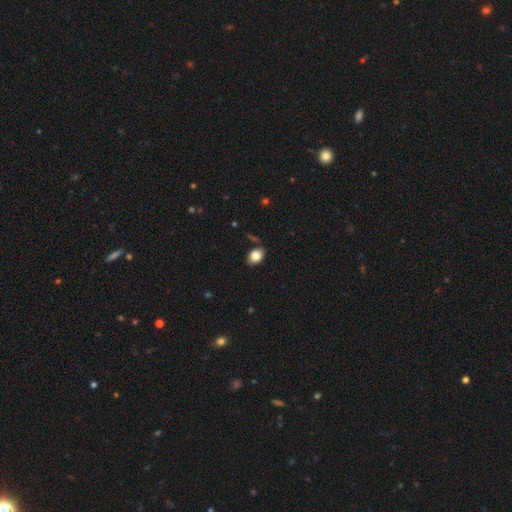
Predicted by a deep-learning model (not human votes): Smooth or featured: smooth — 81% (featured or disk — 10%)
How rounded: in between — 79% (round — 20%)
Merging: none — 81% (minor disturbance — 13%)